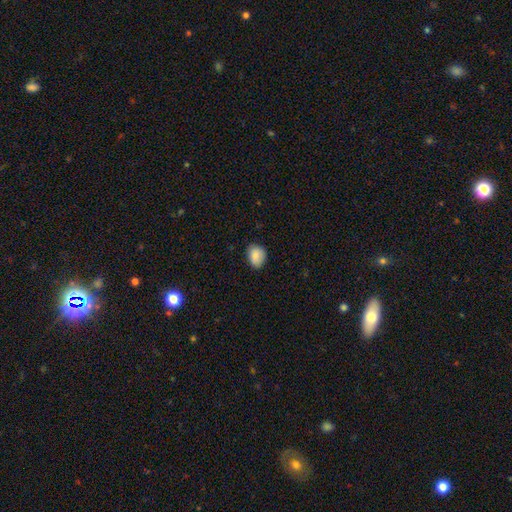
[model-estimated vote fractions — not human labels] Smooth or featured: smooth — 86% (star or artifact — 8%)
How rounded: in between — 63% (round — 36%)
Merging: none — 76% (minor disturbance — 20%)